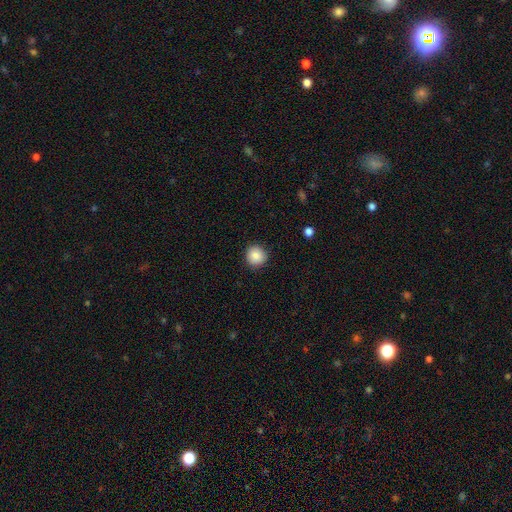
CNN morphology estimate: The model was most divided on "smooth or featured": smooth: 87%, star or artifact: 9%, featured or disk: 4%. More confident: how rounded — round (93%); merging — none (90%).